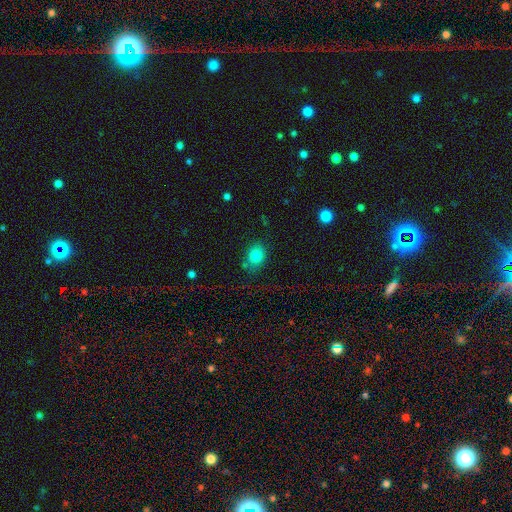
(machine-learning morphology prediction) The model was most divided on "how rounded": in between: 51%, round: 48%, cigar-shaped: 1%. More confident: smooth or featured — smooth (82%); merging — none (75%).